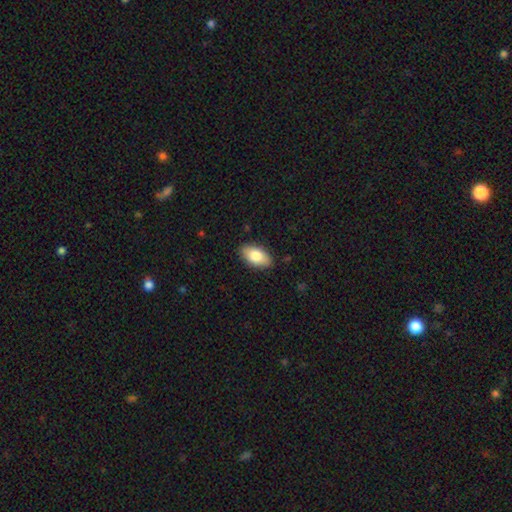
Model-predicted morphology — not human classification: Overall: smooth (81%). How rounded: in between (93%). Merging: none (87%).